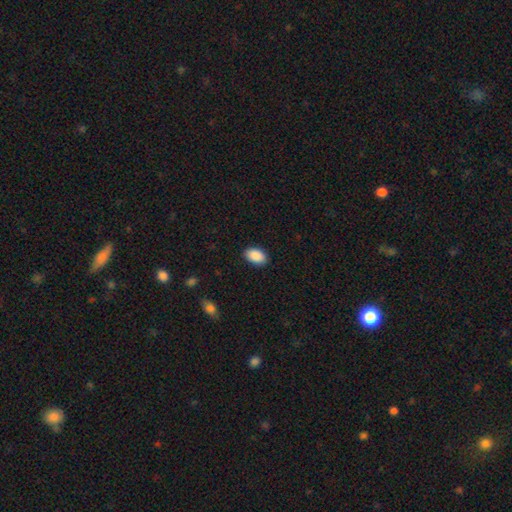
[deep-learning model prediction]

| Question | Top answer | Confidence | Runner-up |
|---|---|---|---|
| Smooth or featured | smooth | 91% | star or artifact (7%) |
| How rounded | in between | 91% | round (8%) |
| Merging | none | 88% | minor disturbance (9%) |